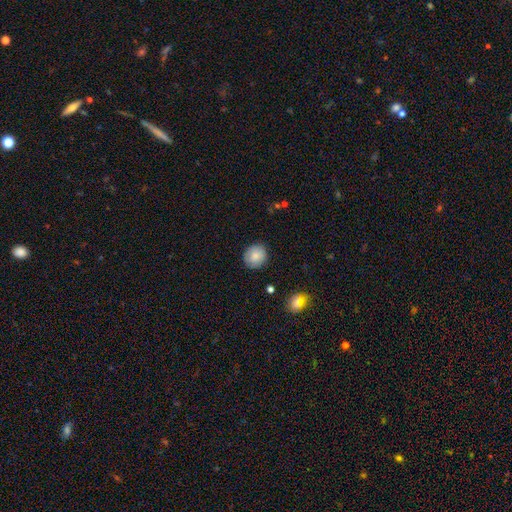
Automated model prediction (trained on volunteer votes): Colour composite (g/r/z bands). It shows a smooth galaxy with no disk features (81%) that is round (81%). Merging: none (85%).